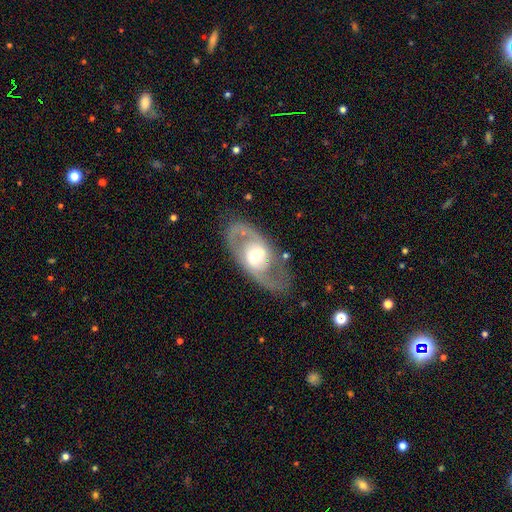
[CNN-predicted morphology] The model was most divided on "spiral arms": yes: 68%, no: 32%. More confident: edge-on disk — no (92%); smooth or featured — featured or disk (77%); merging — none (76%); bulge size — moderate (67%); bar — no (63%).